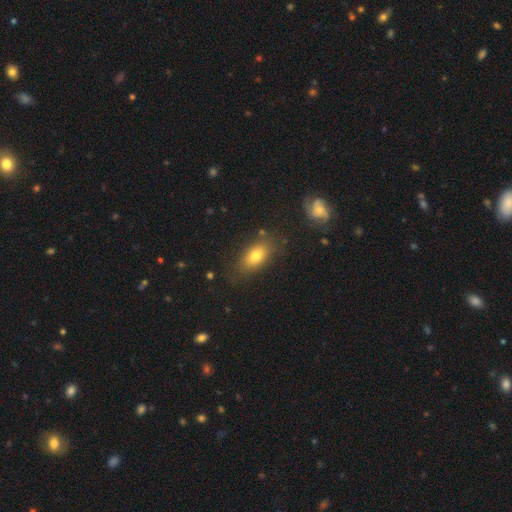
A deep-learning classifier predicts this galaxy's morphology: smooth-or-featured: smooth: 77% | featured or disk: 14% | star or artifact: 10%
  how-rounded: in between: 86% | round: 8% | cigar-shaped: 6%
  merging: none: 79% | minor disturbance: 14% | major disturbance: 4% | merger: 3%